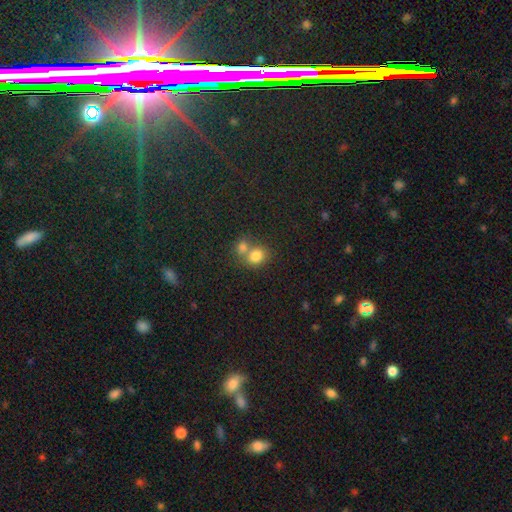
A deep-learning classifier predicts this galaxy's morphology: type=smooth (79%); roundness=round (64%); merging=merger (56%).